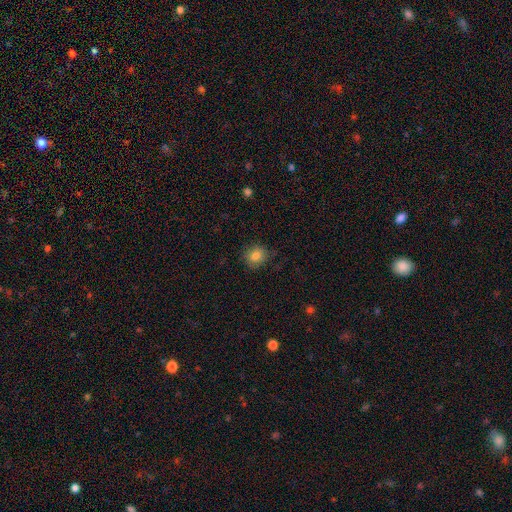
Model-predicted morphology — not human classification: smooth 81%, star or artifact 11%, featured or disk 8%. Down the decision tree: how rounded — round (80%); merging — none (81%).